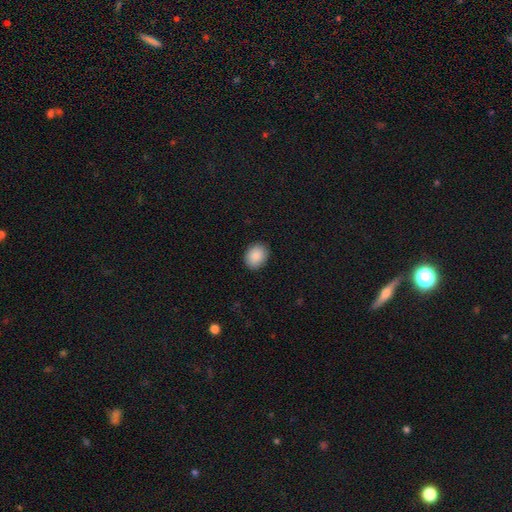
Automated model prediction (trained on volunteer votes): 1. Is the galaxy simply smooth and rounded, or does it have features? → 89% smooth, 7% star or artifact, 3% featured or disk.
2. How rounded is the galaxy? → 57% in between, 42% round, 1% cigar-shaped.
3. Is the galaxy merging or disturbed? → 90% none, 8% minor disturbance, 2% major disturbance, 1% merger.